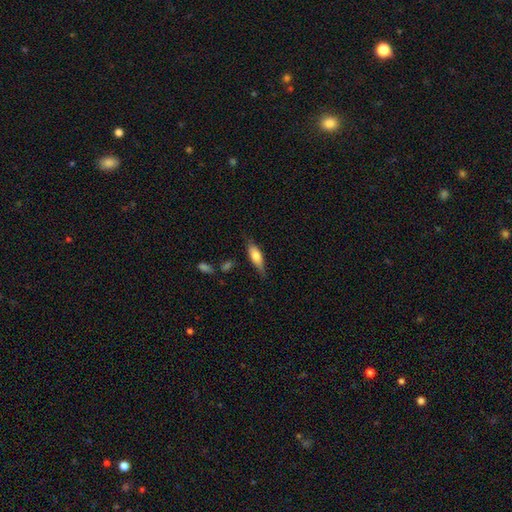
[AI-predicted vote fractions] Smooth or featured? Predicted: smooth (p=0.67). How rounded? Predicted: in between (p=0.60). Merging? Predicted: none (p=0.70).